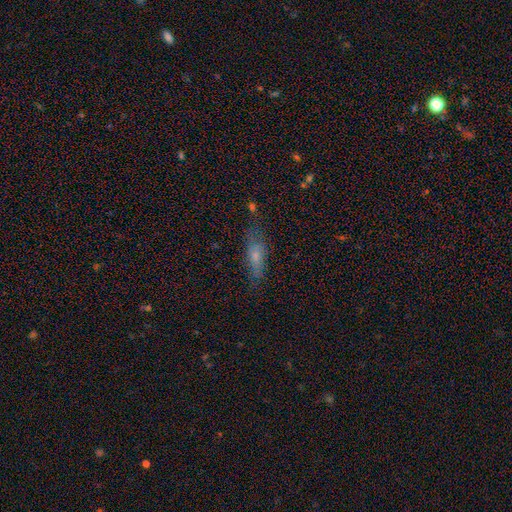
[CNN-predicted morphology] This is possibly a smooth galaxy (58%). How rounded: possibly cigar-shaped (52%). Merging: likely none (67%).